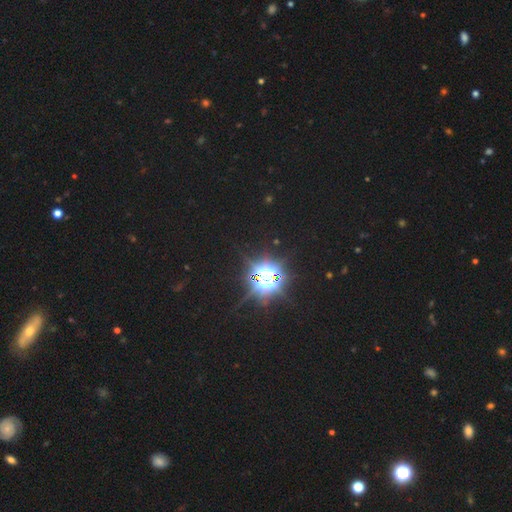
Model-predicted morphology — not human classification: smooth_or_featured: star or artifact (p=0.83) [alt: smooth p=0.12]